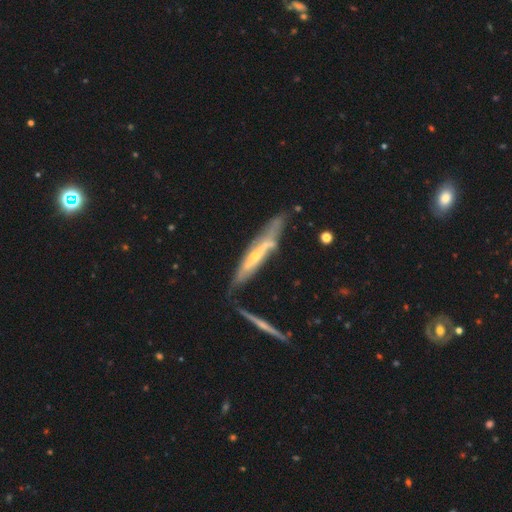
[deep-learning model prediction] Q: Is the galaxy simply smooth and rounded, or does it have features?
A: featured or disk — 73%.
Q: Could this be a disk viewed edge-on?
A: yes — 70%.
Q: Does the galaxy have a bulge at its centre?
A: rounded — 64%.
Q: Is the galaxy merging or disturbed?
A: none — 55%.